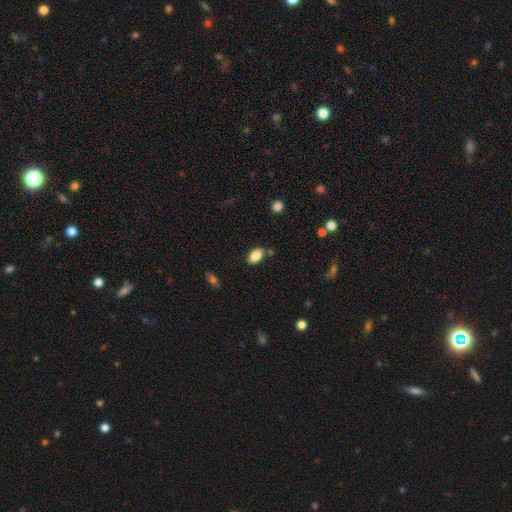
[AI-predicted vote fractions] A smooth galaxy with no disk features (84%) that is in between round and cigar-shaped (91%).

Vote fractions:
- Smooth or featured? smooth: 84% / star or artifact: 8% / featured or disk: 7%
- How rounded? in between: 91% / round: 6% / cigar-shaped: 3%
- Merging? none: 79% / minor disturbance: 13% / merger: 5% / major disturbance: 3%